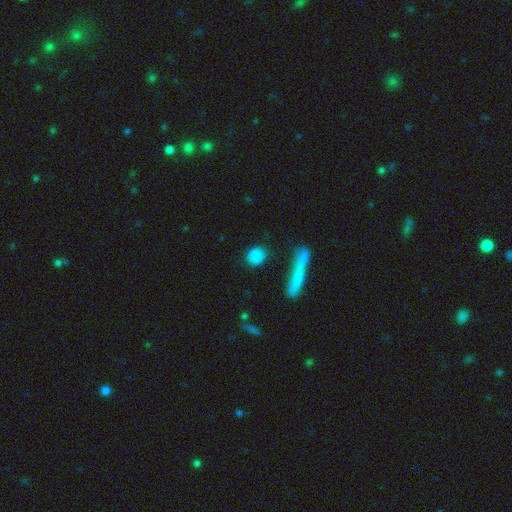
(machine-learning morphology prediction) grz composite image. It shows a smooth galaxy with no disk features (86%) that is round (77%). Merging: none (85%).